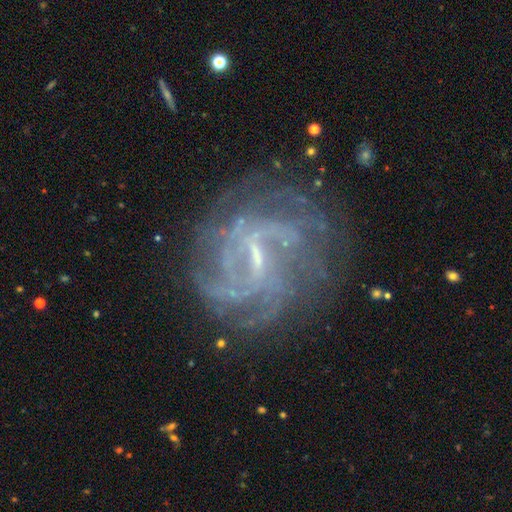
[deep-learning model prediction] A featured or disk galaxy (83%) with a weak bar (53%), tight (48%) spiral arms (89%) and a small central bulge (64%). Merging: none (72%).